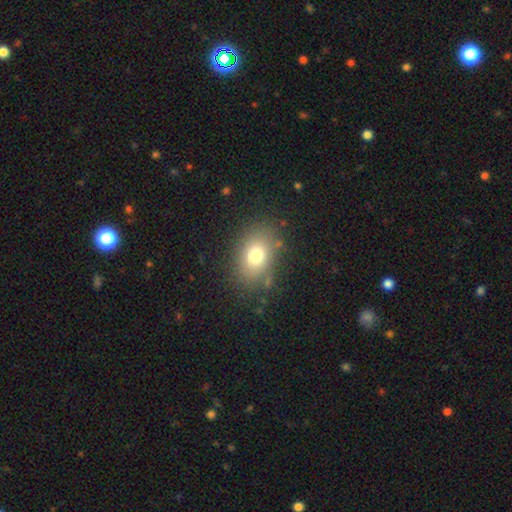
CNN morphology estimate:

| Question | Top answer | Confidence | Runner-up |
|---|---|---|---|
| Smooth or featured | smooth | 75% | featured or disk (12%) |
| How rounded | in between | 71% | round (28%) |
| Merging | none | 80% | minor disturbance (12%) |